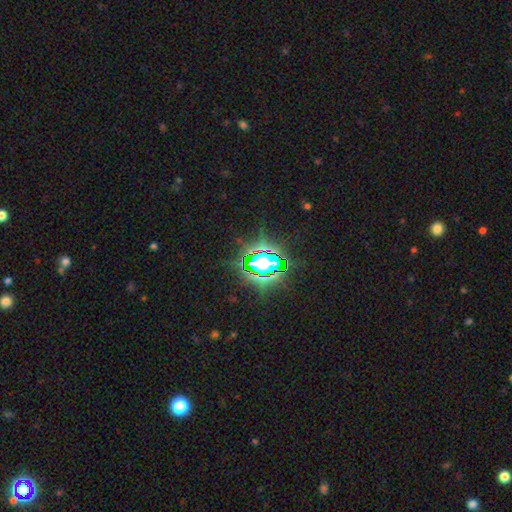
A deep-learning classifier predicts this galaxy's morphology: The model was most divided on "smooth or featured": star or artifact: 76%, smooth: 13%, featured or disk: 10%.